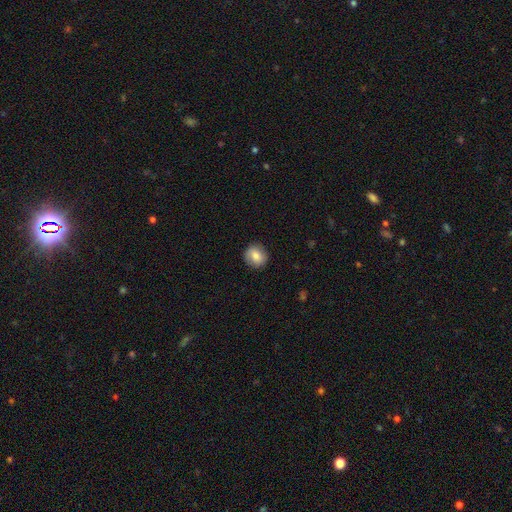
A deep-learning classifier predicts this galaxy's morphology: A smooth galaxy with no disk features (80%) that is round (83%).

Vote fractions:
- Smooth or featured? smooth: 80% / featured or disk: 12% / star or artifact: 8%
- How rounded? round: 83% / in between: 16% / cigar-shaped: 1%
- Merging? none: 87% / minor disturbance: 9% / major disturbance: 2% / merger: 1%